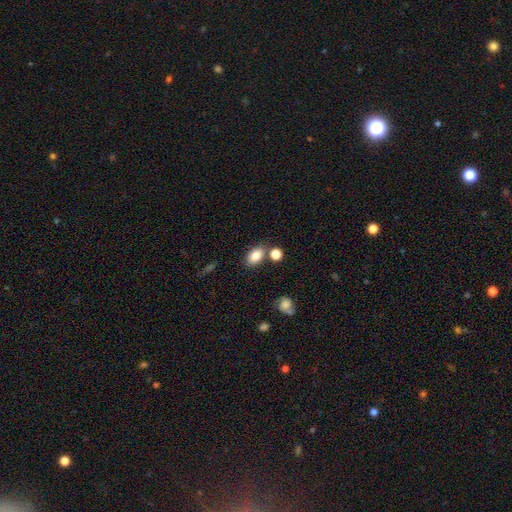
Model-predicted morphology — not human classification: Smooth or featured? smooth (84%)
How rounded? in between (84%)
Merging? none (71%)